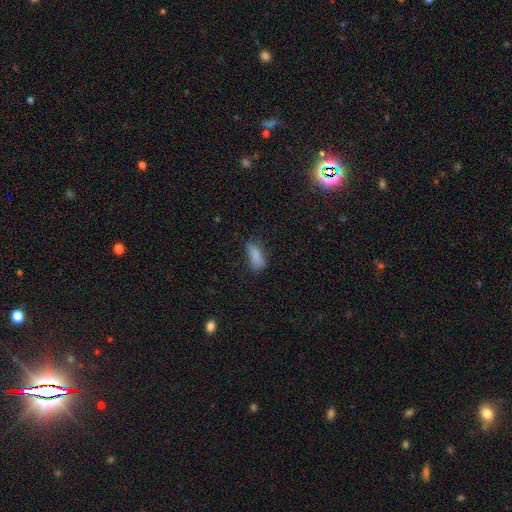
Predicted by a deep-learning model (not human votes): Smooth or featured: smooth — 82% (star or artifact — 9%)
How rounded: in between — 69% (cigar-shaped — 29%)
Merging: none — 55% (minor disturbance — 29%)